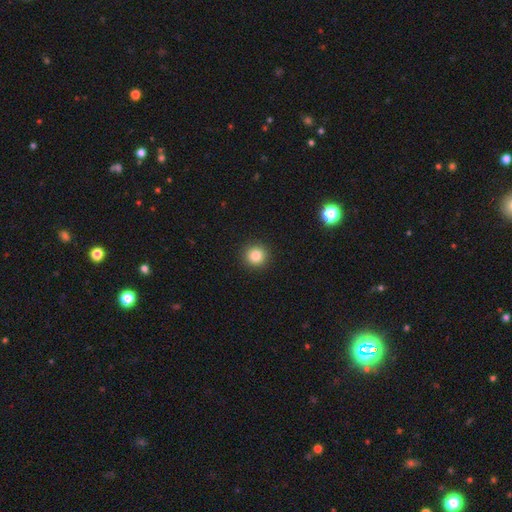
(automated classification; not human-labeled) Q: Smooth or featured?
A: smooth (84%); runner-up: star or artifact (11%)
Q: How rounded?
A: round (94%); runner-up: in between (5%)
Q: Merging?
A: none (93%); runner-up: minor disturbance (5%)